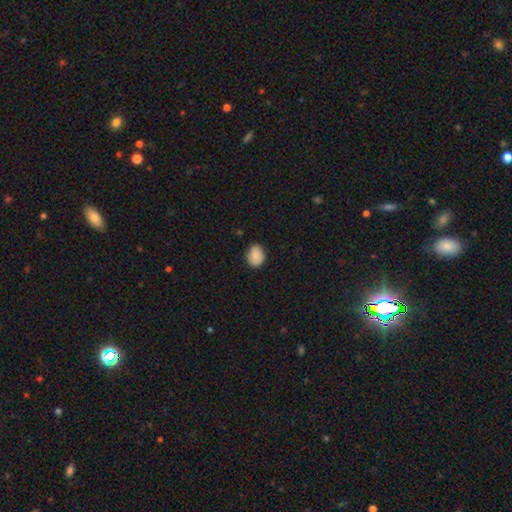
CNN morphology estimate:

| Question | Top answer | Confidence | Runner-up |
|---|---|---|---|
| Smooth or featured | smooth | 86% | star or artifact (8%) |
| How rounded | round | 50% | in between (49%) |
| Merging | none | 79% | minor disturbance (17%) |